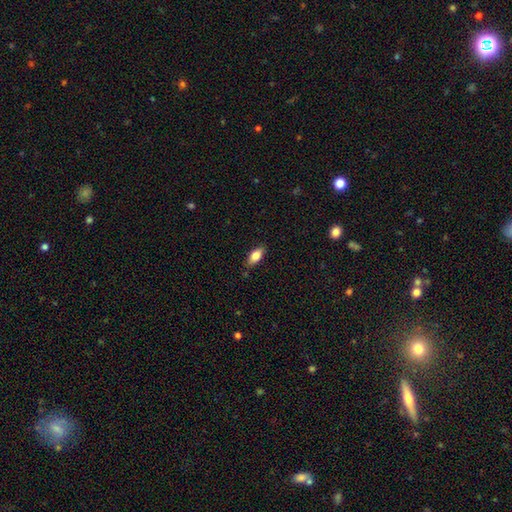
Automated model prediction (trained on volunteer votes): This is likely a smooth galaxy (79%). How rounded: clearly in between (84%). Merging: clearly none (82%).